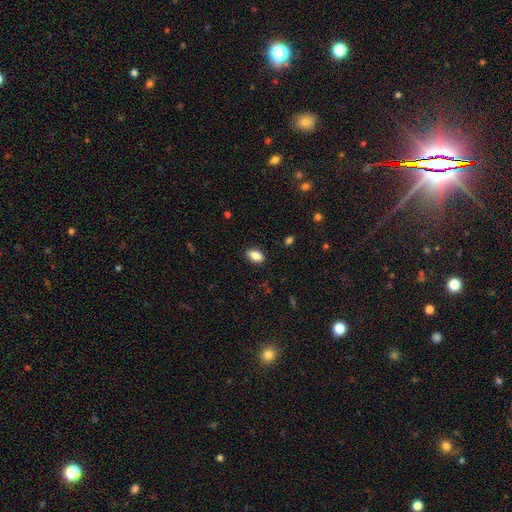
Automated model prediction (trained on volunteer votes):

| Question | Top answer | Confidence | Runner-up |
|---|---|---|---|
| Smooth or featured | smooth | 88% | star or artifact (8%) |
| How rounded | in between | 90% | round (8%) |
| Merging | none | 88% | minor disturbance (9%) |